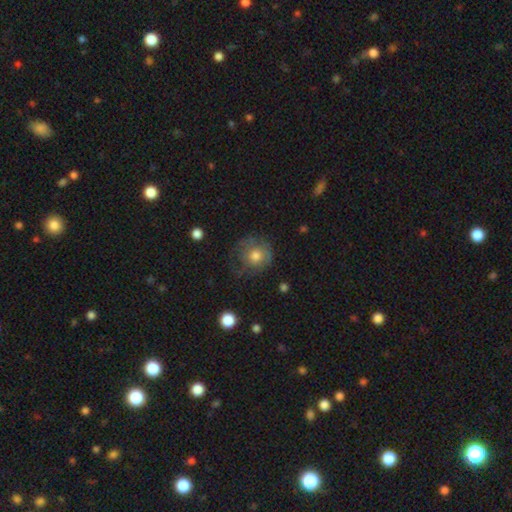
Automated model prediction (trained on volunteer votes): This appears to be a smooth galaxy with no disk features (64%) that is round (86%). Merging: none (53%).